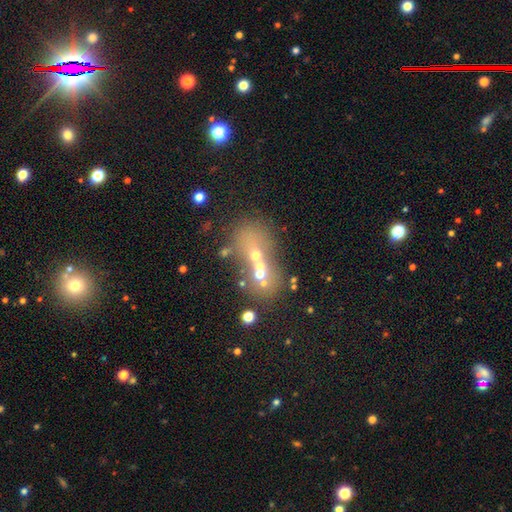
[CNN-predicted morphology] A smooth galaxy with no disk features (44%). Merging: merger (58%).